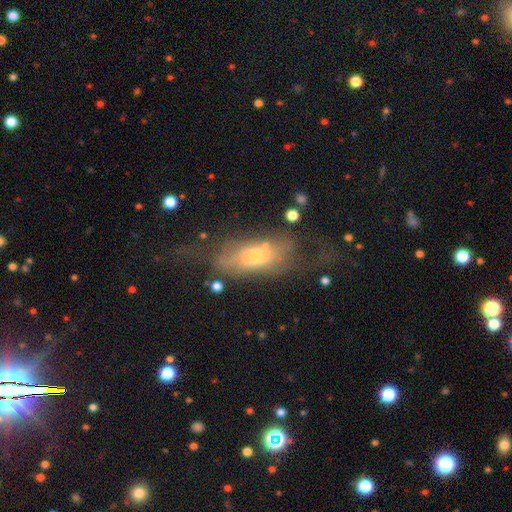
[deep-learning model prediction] smooth 48%, featured or disk 41%, star or artifact 11%. Down the decision tree: merging — major disturbance (37%).